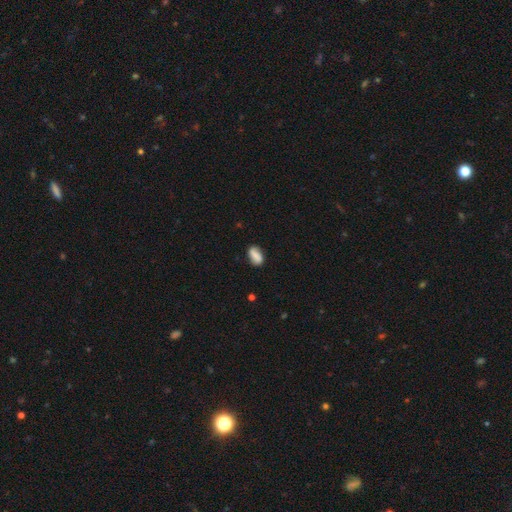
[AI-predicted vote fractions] This is likely a smooth galaxy (74%). How rounded: clearly in between (87%). Merging: likely none (75%).